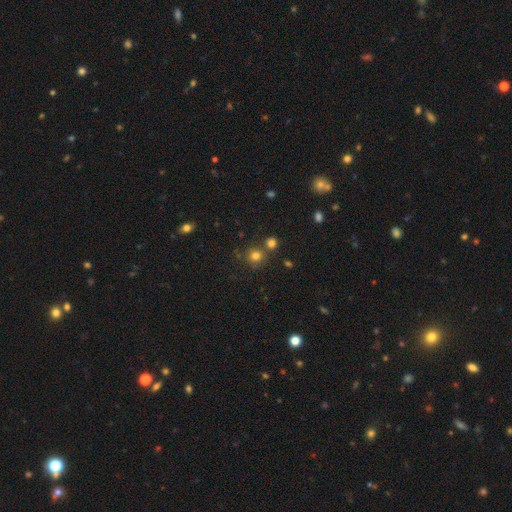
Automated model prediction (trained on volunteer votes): Overall: smooth (76%). How rounded: round (90%). Merging: none (70%).